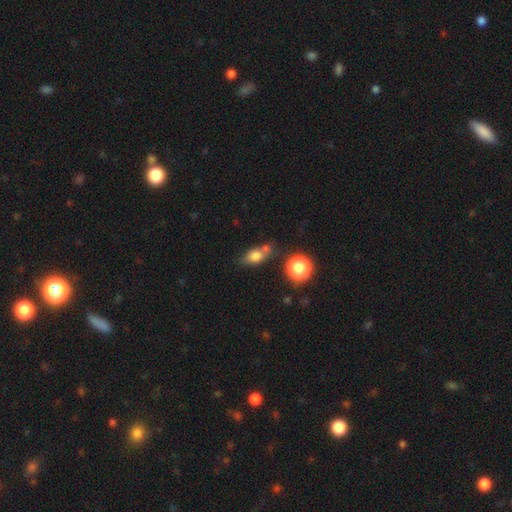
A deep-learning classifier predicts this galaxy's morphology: Overall: smooth (74%). How rounded: in between (68%). Merging: none (49%; merger 26%).